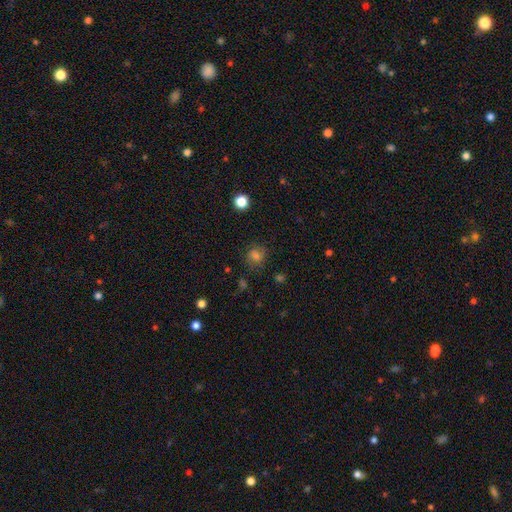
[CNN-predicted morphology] This is likely a smooth galaxy (74%). How rounded: likely round (77%). Merging: likely none (74%).